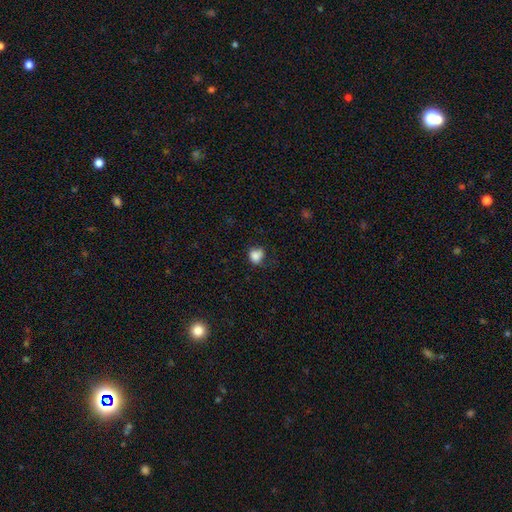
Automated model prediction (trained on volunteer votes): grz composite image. It shows a smooth galaxy with no disk features (85%) that is round (70%). Merging: none (58%).